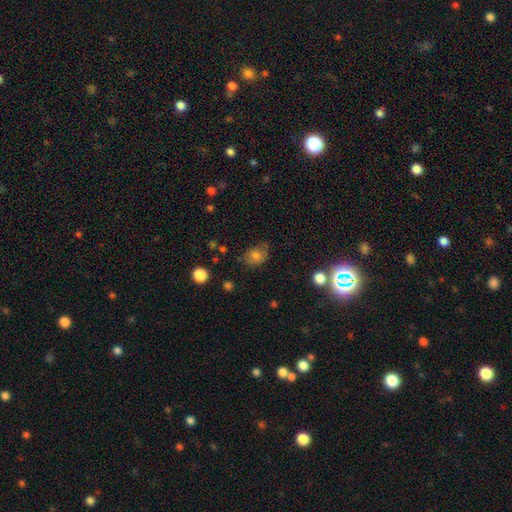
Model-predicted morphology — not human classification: smooth 71%, star or artifact 16%, featured or disk 13%. Down the decision tree: how rounded — in between (59%); merging — none (62%).